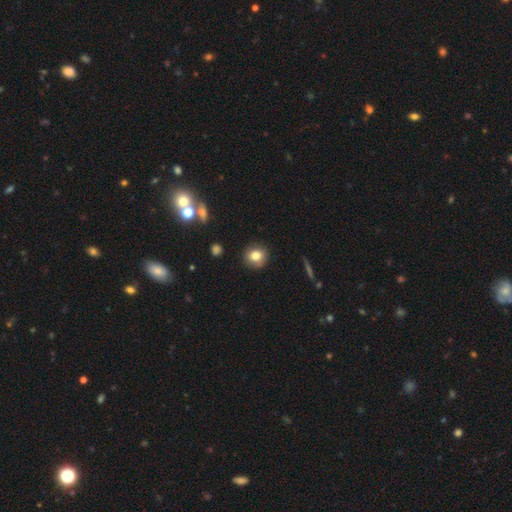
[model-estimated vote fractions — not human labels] Smooth or featured: smooth — 80% (star or artifact — 10%)
How rounded: round — 87% (in between — 12%)
Merging: none — 89% (minor disturbance — 8%)